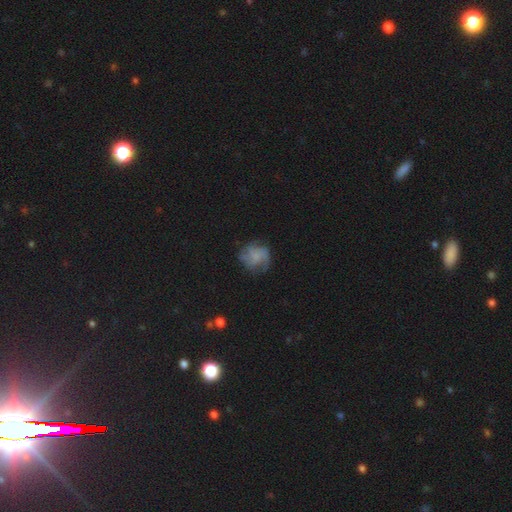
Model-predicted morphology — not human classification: smooth-or-featured: featured or disk: 58% | smooth: 32% | star or artifact: 10%
  disk-edge-on: no: 98% | yes: 2%
    bar: no: 73% | weak: 23% | strong: 4%
    has-spiral-arms: yes: 86% | no: 14%
    bulge-size: none: 56% | small: 20% | moderate: 15% | large: 6% | dominant: 2%
  merging: none: 67% | minor disturbance: 19% | major disturbance: 13% | merger: 1%